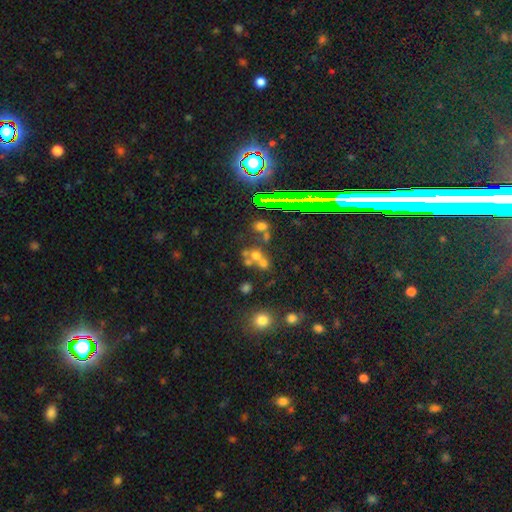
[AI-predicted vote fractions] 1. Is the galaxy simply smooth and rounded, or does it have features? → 50% smooth, 29% star or artifact, 21% featured or disk.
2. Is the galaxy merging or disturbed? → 46% merger, 39% none, 9% minor disturbance, 6% major disturbance.